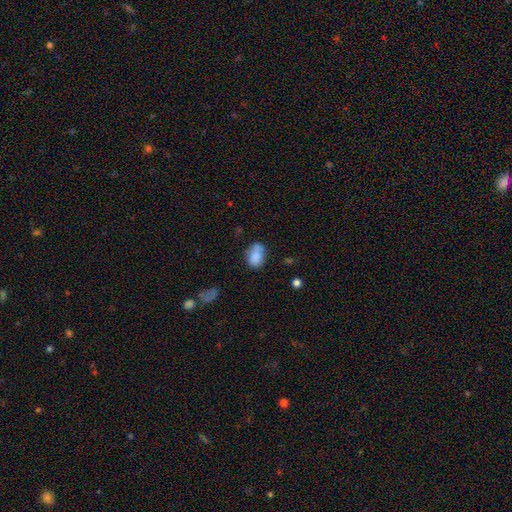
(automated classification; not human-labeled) Smooth or featured? Predicted: smooth (p=0.81). How rounded? Predicted: in between (p=0.80). Merging? Predicted: none (p=0.51).